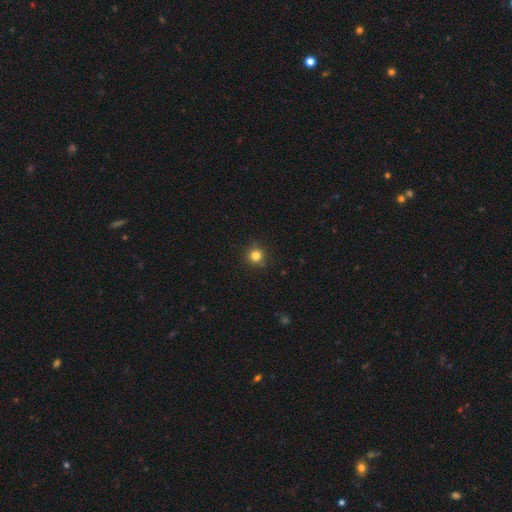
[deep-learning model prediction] A smooth galaxy with no disk features (82%) that is round (94%). Merging: none (89%).